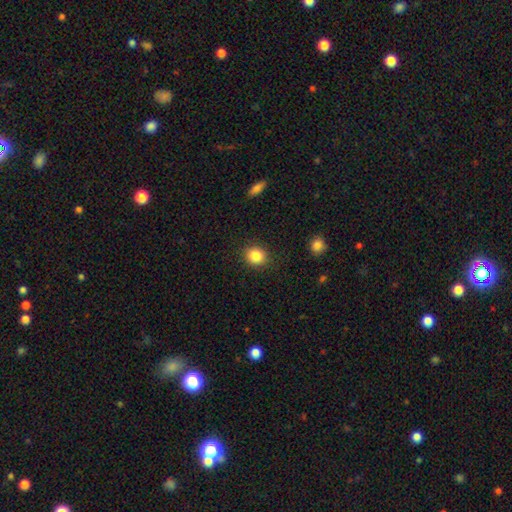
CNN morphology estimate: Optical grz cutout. It shows a smooth galaxy with no disk features (85%) that is round (78%). Merging: none (89%).